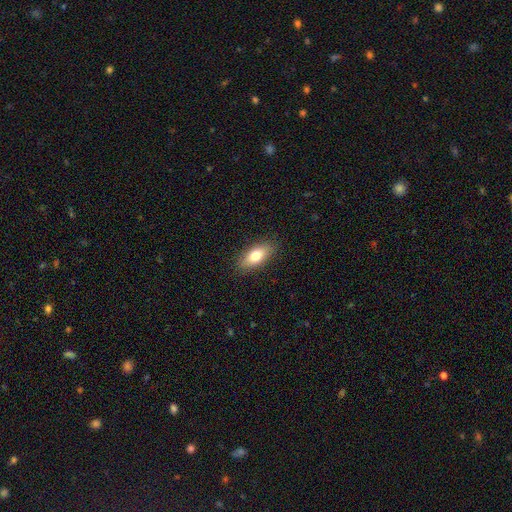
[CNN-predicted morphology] Smooth or featured? Predicted: smooth (p=0.78). How rounded? Predicted: in between (p=0.83). Merging? Predicted: none (p=0.87).